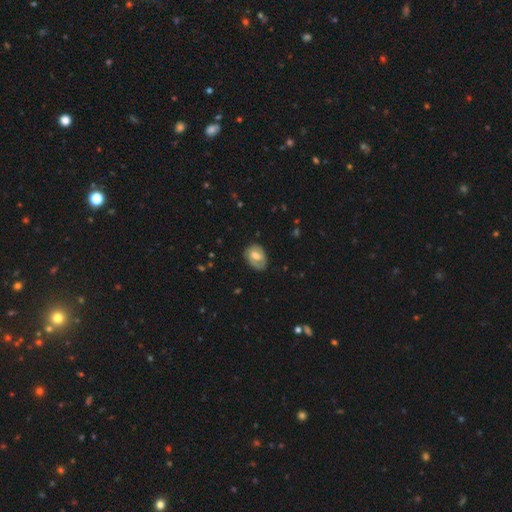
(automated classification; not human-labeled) Smooth or featured? smooth (48%)
Merging? none (70%)